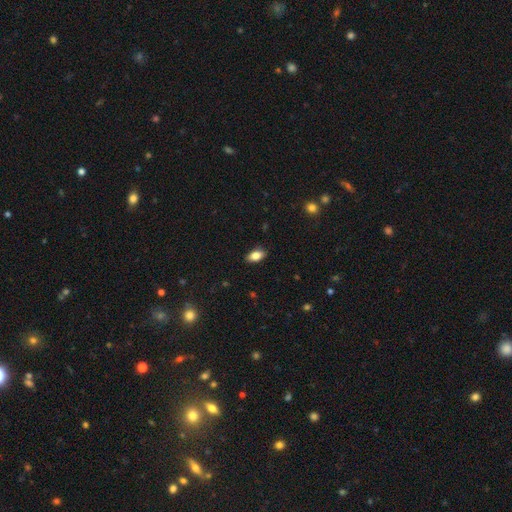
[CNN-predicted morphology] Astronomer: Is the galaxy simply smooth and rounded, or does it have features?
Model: smooth — 83%.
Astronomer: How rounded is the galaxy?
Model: in between — 91%.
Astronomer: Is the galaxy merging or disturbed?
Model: none — 87%.